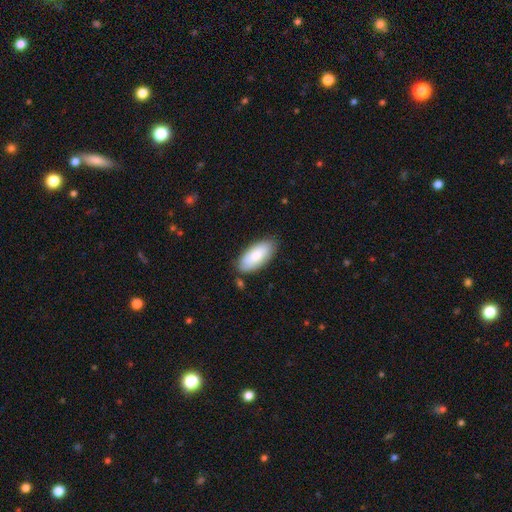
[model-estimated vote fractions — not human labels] Smooth or featured? Predicted: smooth (p=0.79). How rounded? Predicted: in between (p=0.91). Merging? Predicted: none (p=0.80).